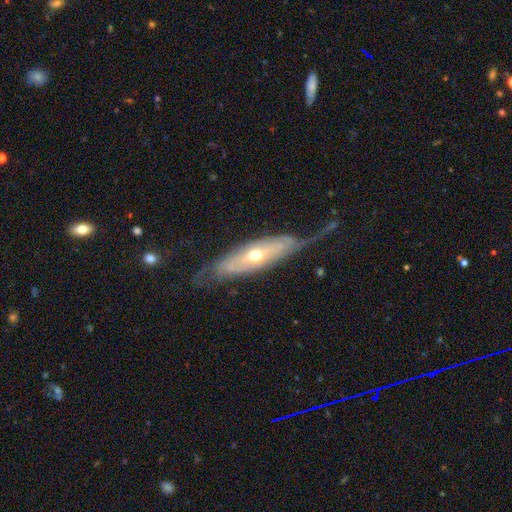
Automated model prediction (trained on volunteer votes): smooth_or_featured: featured or disk (p=0.71) [alt: smooth p=0.23]
disk_edge_on: no (p=0.67) [alt: yes p=0.33]
merging: none (p=0.47) [alt: minor disturbance p=0.26]